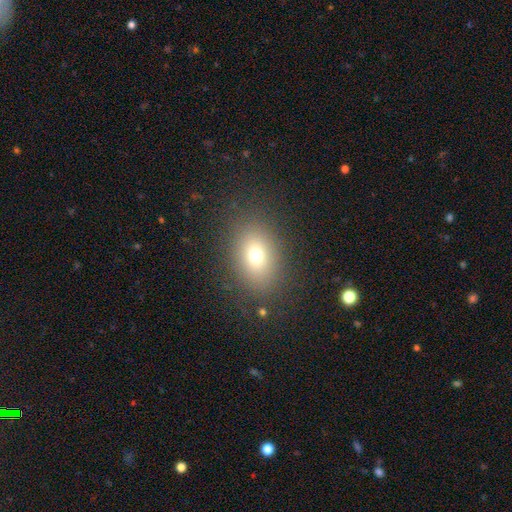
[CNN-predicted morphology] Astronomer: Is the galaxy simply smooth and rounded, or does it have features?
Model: smooth — 71%.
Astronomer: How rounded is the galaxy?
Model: in between — 66%.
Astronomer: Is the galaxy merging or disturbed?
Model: none — 83%.